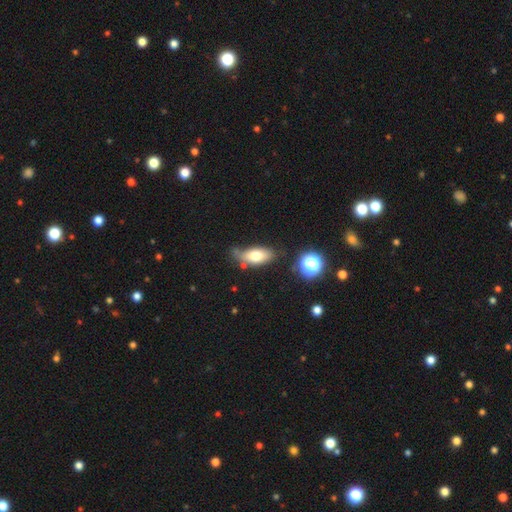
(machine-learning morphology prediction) Q: Smooth or featured?
A: smooth (72%); runner-up: featured or disk (19%)
Q: How rounded?
A: in between (85%); runner-up: cigar-shaped (10%)
Q: Merging?
A: none (51%); runner-up: minor disturbance (30%)